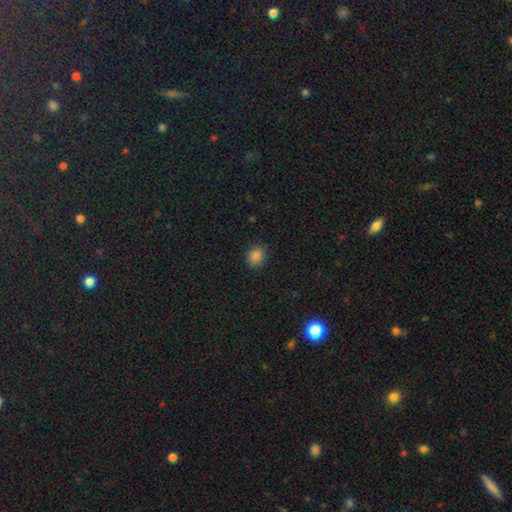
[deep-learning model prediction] A smooth galaxy with no disk features (85%) that is round (58%).

Vote fractions:
- Smooth or featured? smooth: 85% / star or artifact: 12% / featured or disk: 3%
- How rounded? round: 58% / in between: 41% / cigar-shaped: 1%
- Merging? none: 87% / minor disturbance: 10% / major disturbance: 2% / merger: 1%